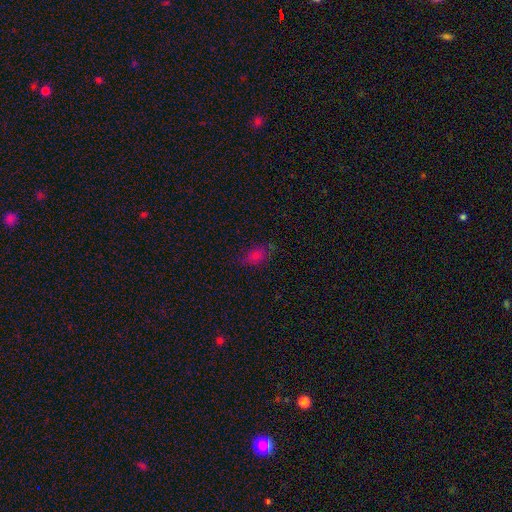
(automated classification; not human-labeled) Smooth or featured?
  - smooth: 69% *
  - star or artifact: 21%
  - featured or disk: 11%
How rounded?
  - in between: 85% *
  - round: 10%
  - cigar-shaped: 6%
Merging?
  - none: 71% *
  - minor disturbance: 21%
  - major disturbance: 7%
  - merger: 2%